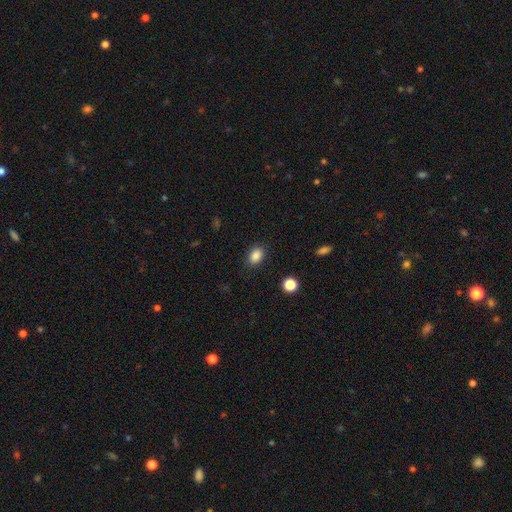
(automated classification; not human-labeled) This is clearly a smooth galaxy (86%). How rounded: likely in between (78%). Merging: clearly none (86%).